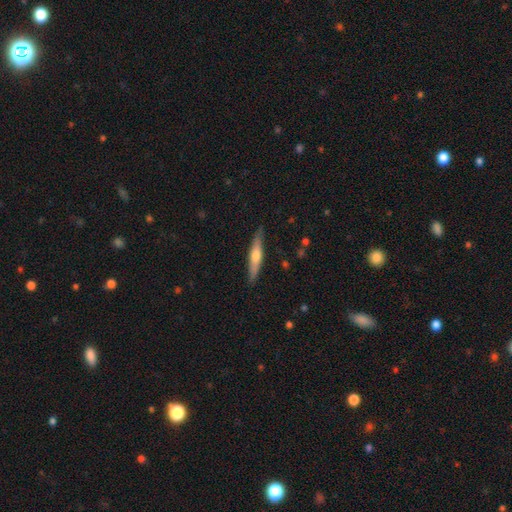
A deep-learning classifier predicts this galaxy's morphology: Overall: featured or disk (48%; smooth 46%). Merging: none (85%).